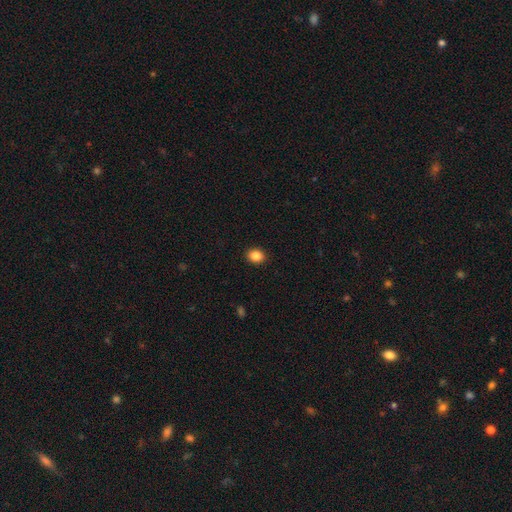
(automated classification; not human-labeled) Smooth or featured? Predicted: smooth (p=0.88). How rounded? Predicted: in between (p=0.51). Merging? Predicted: none (p=0.91).